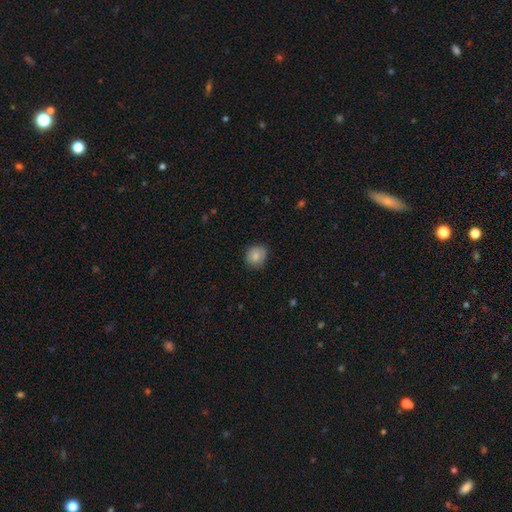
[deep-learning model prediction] smooth_or_featured: smooth (p=0.83) [alt: featured or disk p=0.09]
how_rounded: round (p=0.82) [alt: in between p=0.17]
merging: none (p=0.78) [alt: minor disturbance p=0.17]